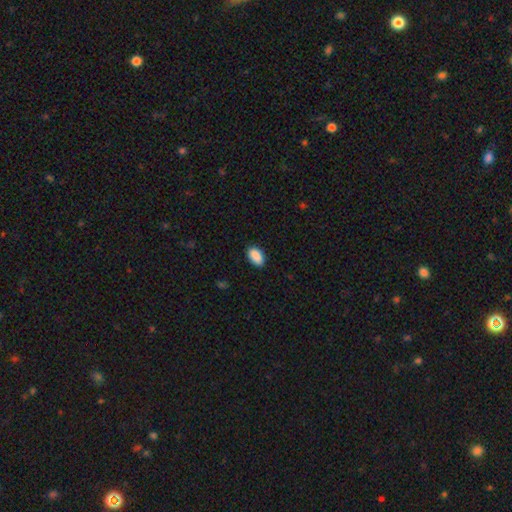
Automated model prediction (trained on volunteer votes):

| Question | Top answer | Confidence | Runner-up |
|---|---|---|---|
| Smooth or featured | smooth | 90% | star or artifact (7%) |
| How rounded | in between | 94% | round (4%) |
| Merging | none | 88% | minor disturbance (9%) |